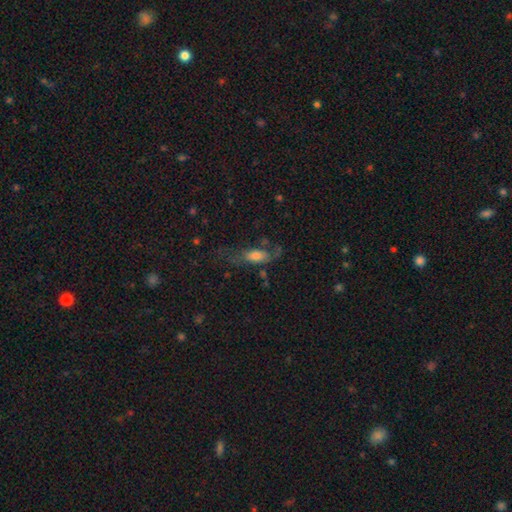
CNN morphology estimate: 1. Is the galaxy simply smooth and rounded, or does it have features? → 54% smooth, 35% featured or disk, 11% star or artifact.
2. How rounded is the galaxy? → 73% in between, 22% cigar-shaped, 5% round.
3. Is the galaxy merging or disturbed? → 42% none, 32% major disturbance, 23% minor disturbance, 4% merger.